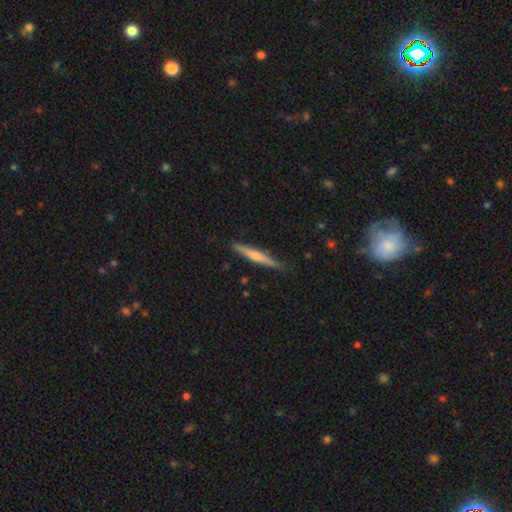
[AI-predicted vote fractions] A smooth galaxy with no disk features (49%). Merging: none (85%).